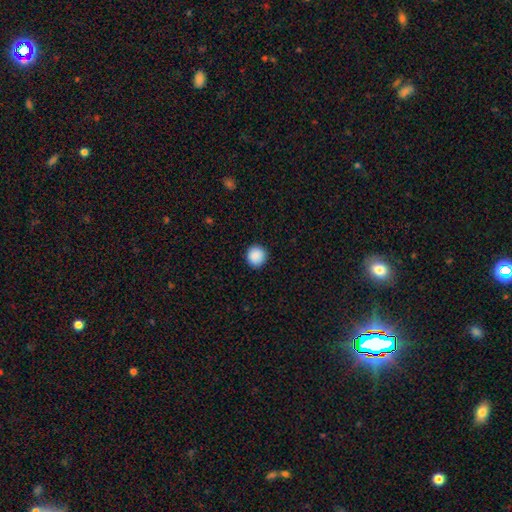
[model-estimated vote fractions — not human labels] A smooth galaxy with no disk features (89%) that is round (94%). Merging: none (92%).